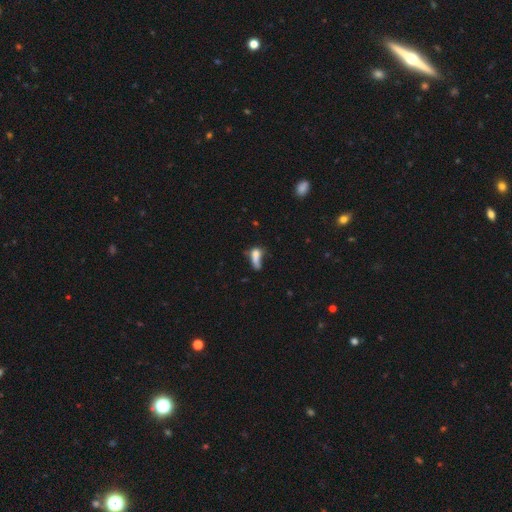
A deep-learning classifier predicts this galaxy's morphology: A smooth galaxy with no disk features (63%) that is in between round and cigar-shaped (64%). Merging: major disturbance (33%).